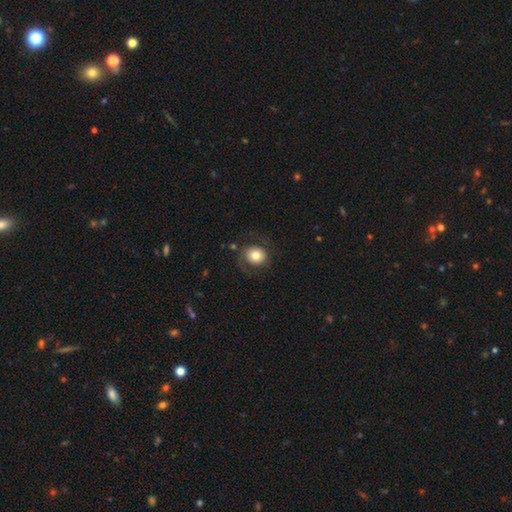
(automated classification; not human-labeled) Smooth or featured? smooth (69%)
How rounded? round (74%)
Merging? none (70%)